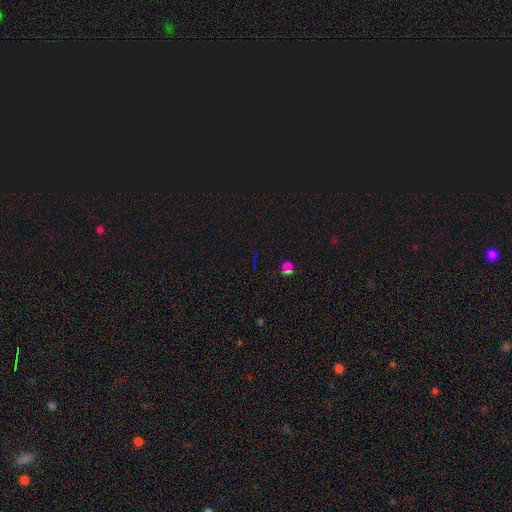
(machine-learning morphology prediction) The model was most divided on "smooth or featured": star or artifact: 63%, smooth: 26%, featured or disk: 12%.